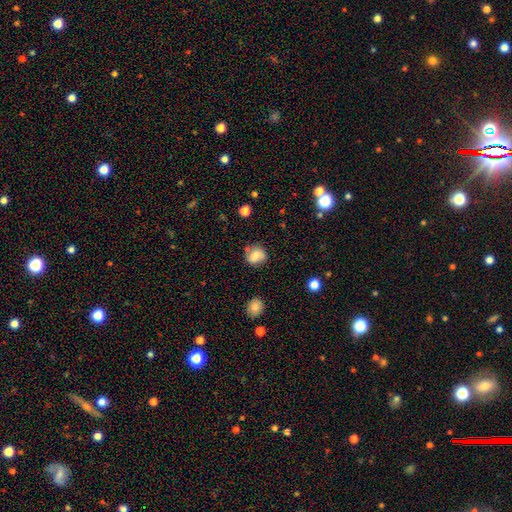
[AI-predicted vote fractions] Morphology: type=smooth (78%); roundness=round (72%); merging=none (73%).